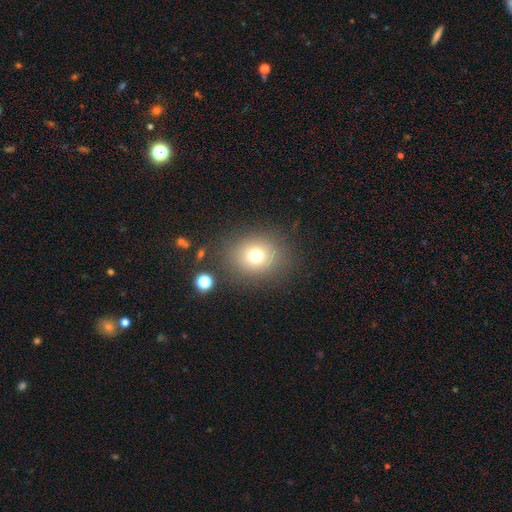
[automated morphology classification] Smooth or featured?
  - smooth: 73% *
  - star or artifact: 16%
  - featured or disk: 12%
How rounded?
  - round: 71% *
  - in between: 29%
  - cigar-shaped: 1%
Merging?
  - none: 82% *
  - minor disturbance: 10%
  - major disturbance: 6%
  - merger: 3%